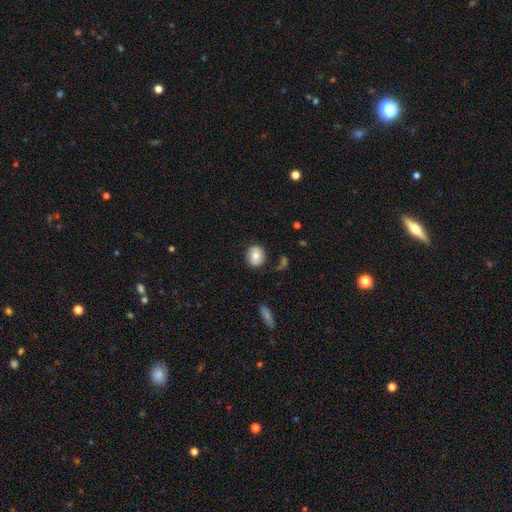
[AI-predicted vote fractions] Overall: smooth (75%). How rounded: round (80%). Merging: none (81%).